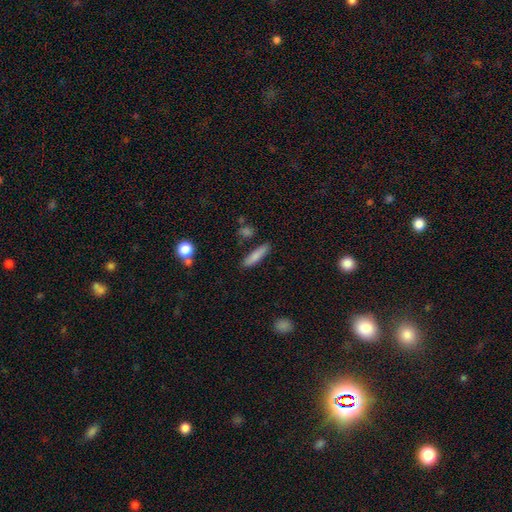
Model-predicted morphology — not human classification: type=smooth (80%); roundness=cigar-shaped (78%); merging=none (83%).